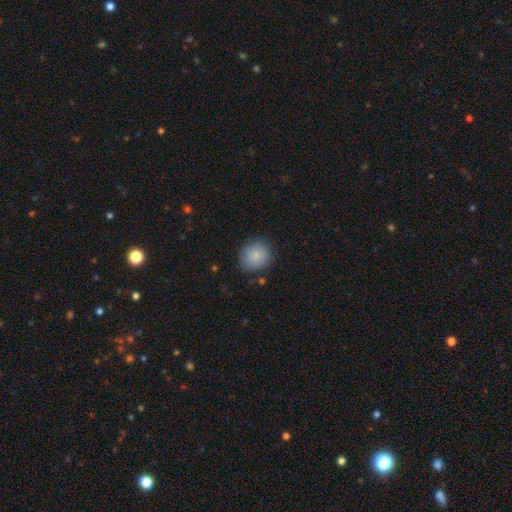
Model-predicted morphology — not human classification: Smooth or featured: smooth — 85% (star or artifact — 8%)
How rounded: round — 83% (in between — 16%)
Merging: none — 81% (minor disturbance — 14%)